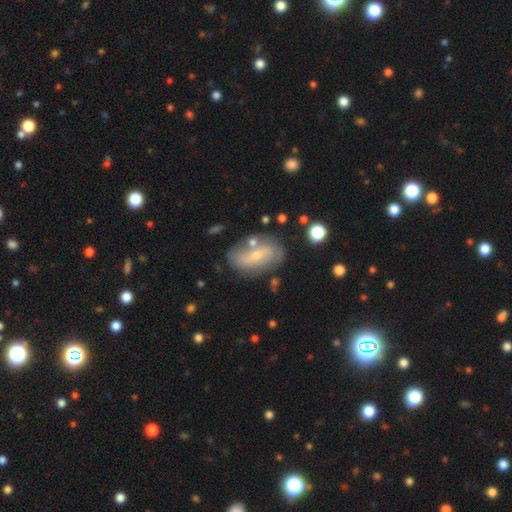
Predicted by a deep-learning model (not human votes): smooth-or-featured: featured or disk: 60% | smooth: 32% | star or artifact: 8%
  disk-edge-on: no: 90% | yes: 10%
    bar: no: 45% | weak: 34% | strong: 22%
    has-spiral-arms: yes: 60% | no: 40%
    bulge-size: small: 68% | moderate: 28% | none: 2% | large: 1% | dominant: 1%
  merging: none: 66% | minor disturbance: 18% | merger: 9% | major disturbance: 7%